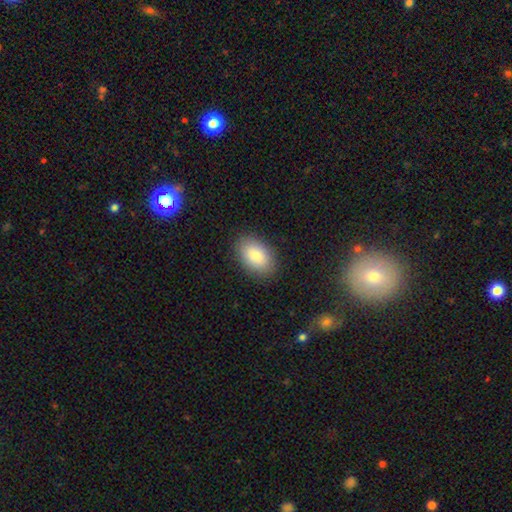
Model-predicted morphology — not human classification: A smooth galaxy with no disk features (87%) that is in between round and cigar-shaped (92%). Merging: none (87%).